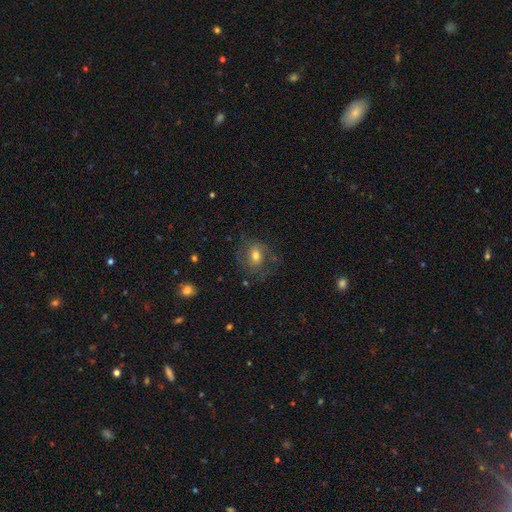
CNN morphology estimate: This is possibly a smooth galaxy (49%). Merging: possibly none (60%).